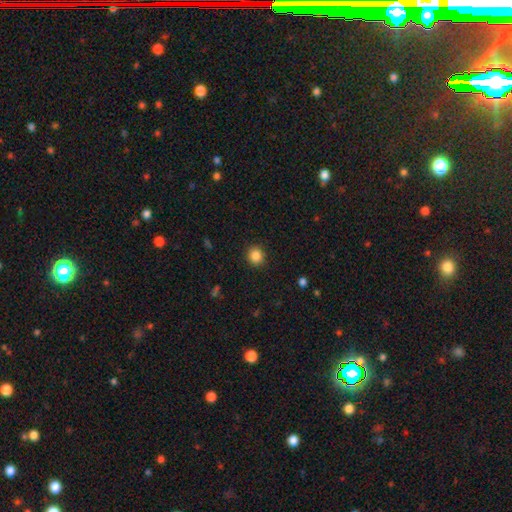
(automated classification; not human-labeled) This appears to be a smooth galaxy with no disk features (86%) that is round (86%). Merging: none (91%).